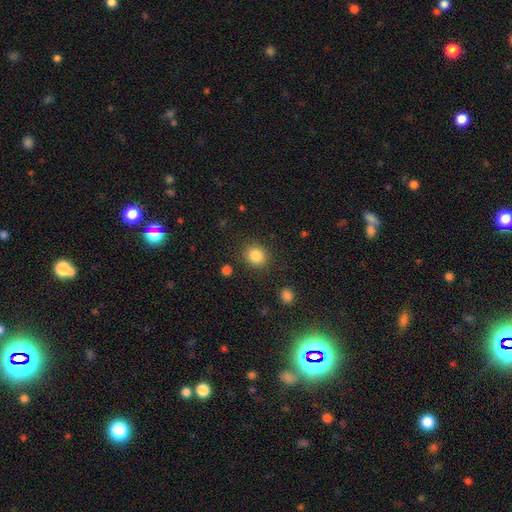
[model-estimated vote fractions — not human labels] Smooth or featured? smooth (85%)
How rounded? round (80%)
Merging? none (86%)